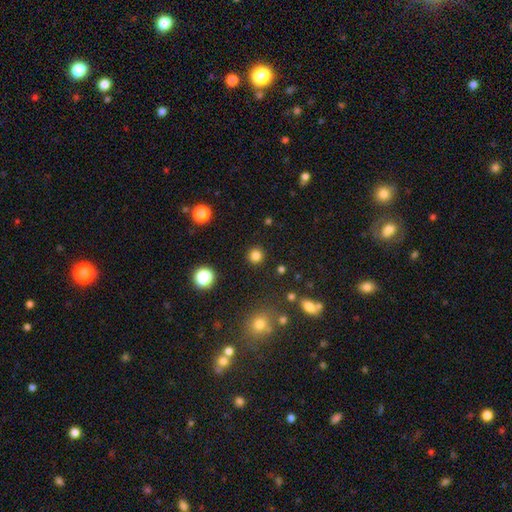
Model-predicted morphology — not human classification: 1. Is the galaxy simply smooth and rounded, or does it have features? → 81% smooth, 14% star or artifact, 4% featured or disk.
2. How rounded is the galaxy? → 93% round, 6% in between, 1% cigar-shaped.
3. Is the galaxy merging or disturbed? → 91% none, 5% minor disturbance, 2% major disturbance, 2% merger.